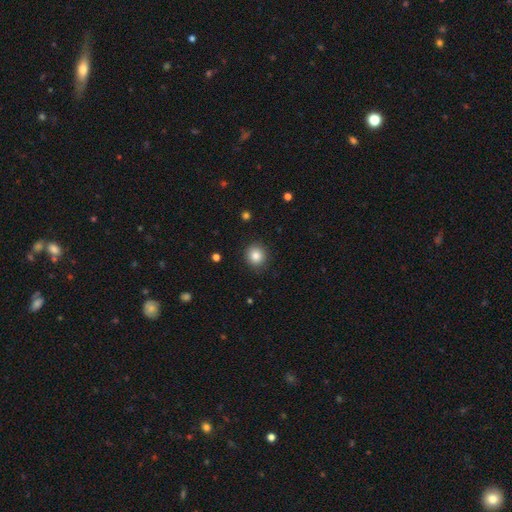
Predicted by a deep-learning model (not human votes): smooth 84%, star or artifact 10%, featured or disk 6%. Down the decision tree: how rounded — round (89%); merging — none (89%).